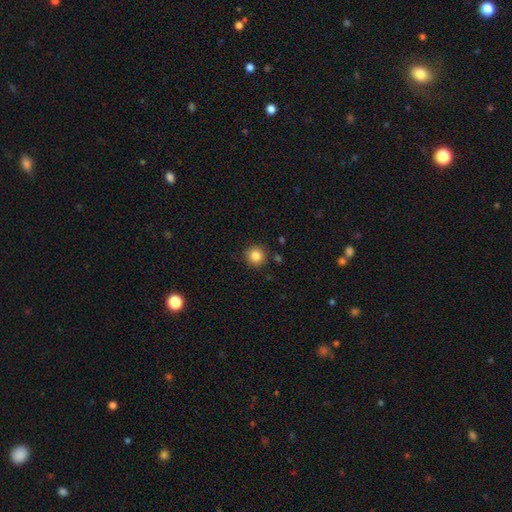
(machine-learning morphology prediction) Smooth or featured? Predicted: smooth (p=0.85). How rounded? Predicted: round (p=0.94). Merging? Predicted: none (p=0.87).